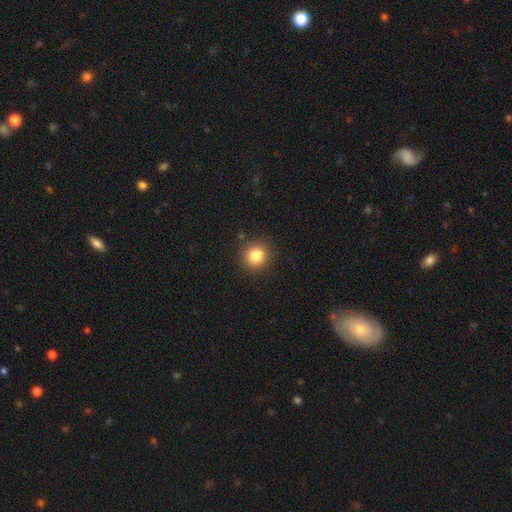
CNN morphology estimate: A smooth galaxy with no disk features (83%) that is round (94%).

Vote fractions:
- Smooth or featured? smooth: 83% / star or artifact: 11% / featured or disk: 6%
- How rounded? round: 94% / in between: 6% / cigar-shaped: 1%
- Merging? none: 90% / minor disturbance: 6% / major disturbance: 2% / merger: 2%